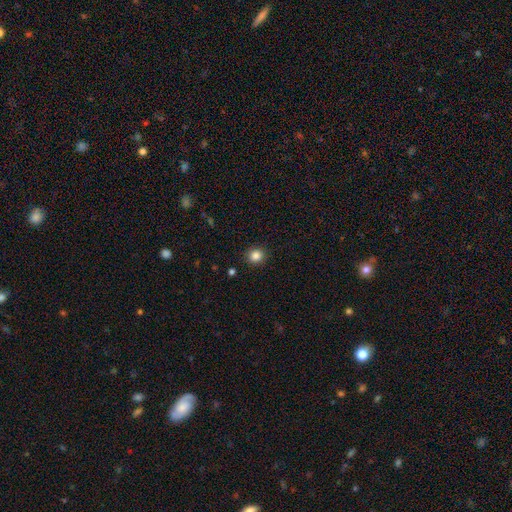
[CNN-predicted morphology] smooth-or-featured: smooth: 85% | star or artifact: 11% | featured or disk: 4%
  how-rounded: round: 85% | in between: 14% | cigar-shaped: 1%
  merging: none: 91% | minor disturbance: 6% | major disturbance: 2% | merger: 1%